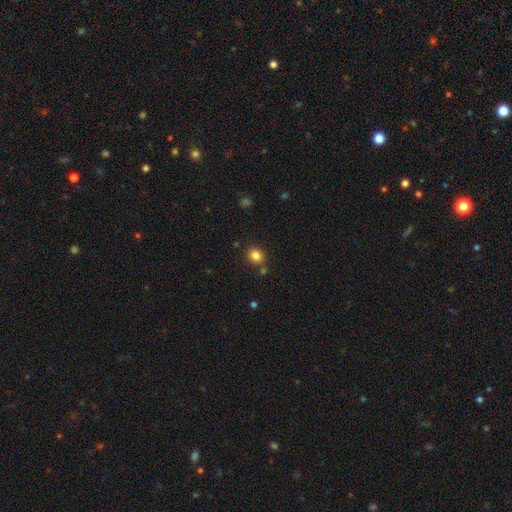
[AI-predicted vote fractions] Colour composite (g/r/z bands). It shows a smooth galaxy with no disk features (83%) that is round (82%). Merging: none (81%).